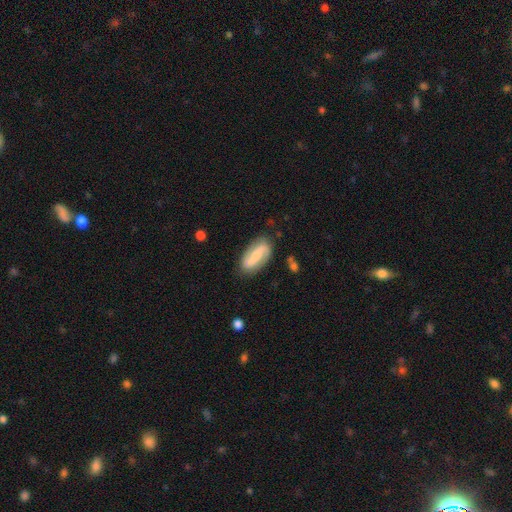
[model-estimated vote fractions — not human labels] Q: Smooth or featured?
A: featured or disk (66%); runner-up: smooth (29%)
Q: Edge-on disk?
A: no (92%); runner-up: yes (8%)
Q: Bar?
A: strong (45%); runner-up: weak (33%)
Q: Spiral arms?
A: yes (89%); runner-up: no (11%)
Q: Spiral winding?
A: loose (63%); runner-up: medium (25%)
Q: Spiral arm count?
A: 2 (90%); runner-up: can't tell (5%)
Q: Bulge size?
A: small (44%); runner-up: moderate (31%)
Q: Merging?
A: none (80%); runner-up: minor disturbance (14%)